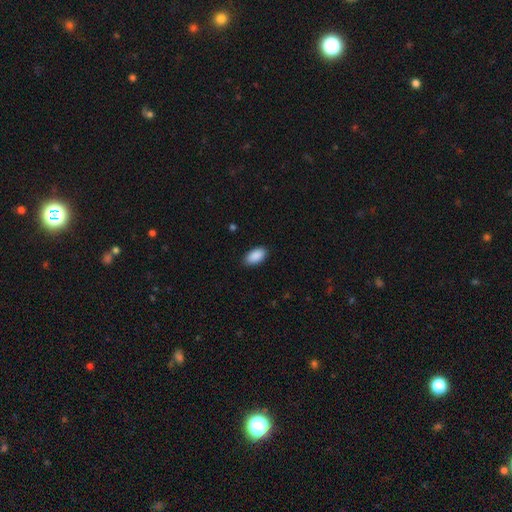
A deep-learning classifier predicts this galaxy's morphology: smooth_or_featured: smooth (p=0.91) [alt: star or artifact p=0.06]
how_rounded: in between (p=0.95) [alt: round p=0.03]
merging: none (p=0.87) [alt: minor disturbance p=0.10]